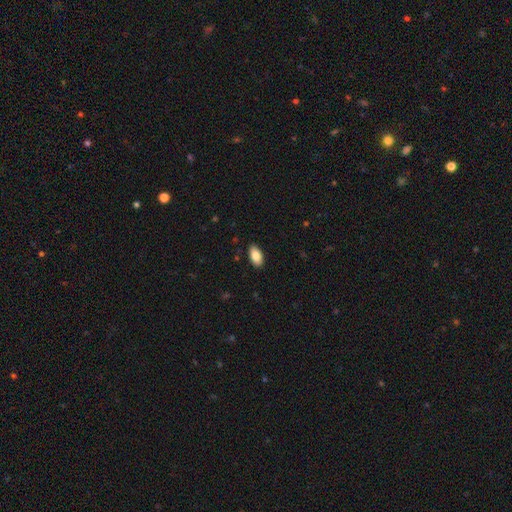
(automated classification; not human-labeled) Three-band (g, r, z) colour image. It shows a smooth galaxy with no disk features (85%) that is in between round and cigar-shaped (93%). Merging: none (88%).